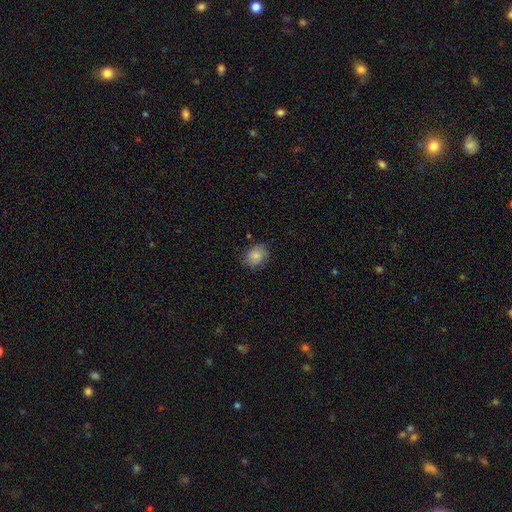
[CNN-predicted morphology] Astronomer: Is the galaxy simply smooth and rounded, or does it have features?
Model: smooth — 82%.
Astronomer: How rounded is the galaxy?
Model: in between — 54% (runner-up: round, 45%).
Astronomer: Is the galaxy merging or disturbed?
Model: none — 77%.